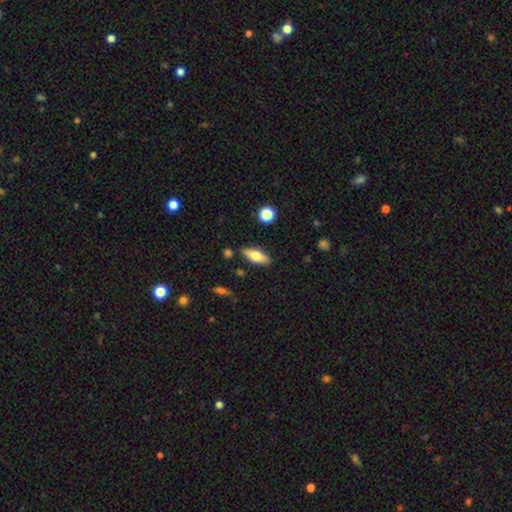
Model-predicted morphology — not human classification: The model was most divided on "smooth or featured": smooth: 67%, featured or disk: 26%, star or artifact: 7%. More confident: merging — none (84%); how rounded — in between (74%).